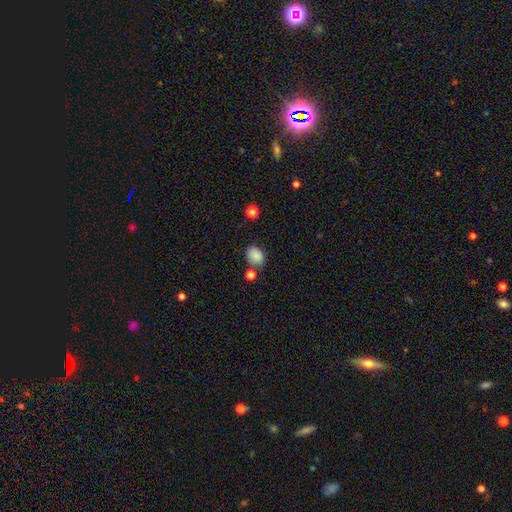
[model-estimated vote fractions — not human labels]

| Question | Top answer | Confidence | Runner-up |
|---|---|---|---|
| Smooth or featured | smooth | 86% | star or artifact (10%) |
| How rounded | in between | 58% | round (41%) |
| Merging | none | 70% | minor disturbance (16%) |